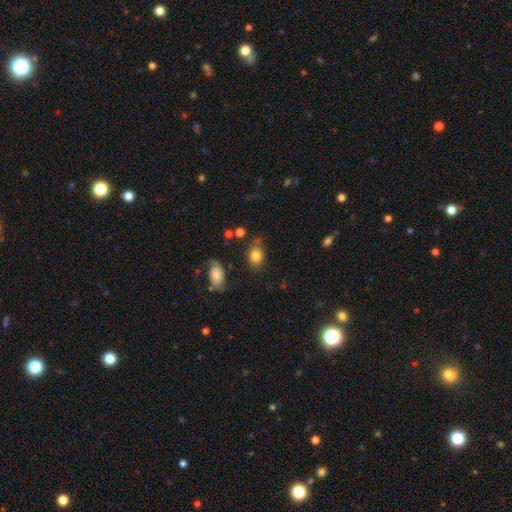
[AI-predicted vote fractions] smooth_or_featured: smooth (p=0.81) [alt: star or artifact p=0.10]
how_rounded: in between (p=0.64) [alt: round p=0.34]
merging: none (p=0.68) [alt: minor disturbance p=0.20]